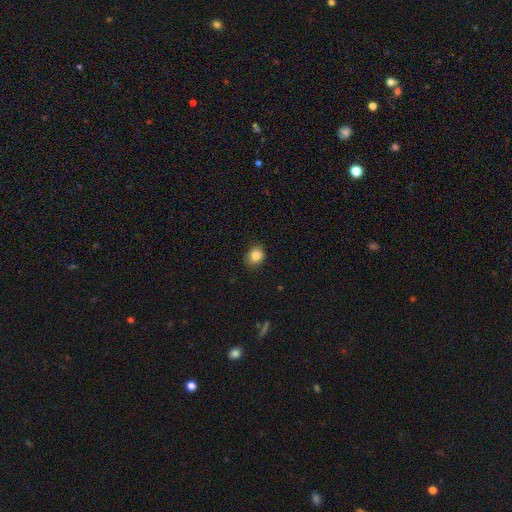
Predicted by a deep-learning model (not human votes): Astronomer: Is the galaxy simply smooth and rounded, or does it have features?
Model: smooth — 83%.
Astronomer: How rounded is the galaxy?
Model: round — 66%.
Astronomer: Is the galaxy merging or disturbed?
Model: none — 81%.